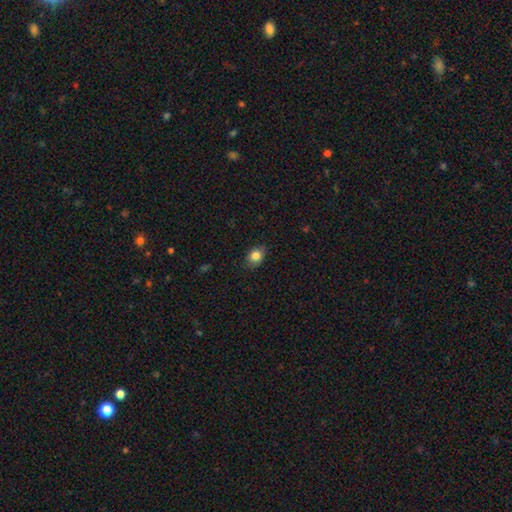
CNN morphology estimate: Overall: smooth (83%). How rounded: in between (60%; round 39%). Merging: none (81%).